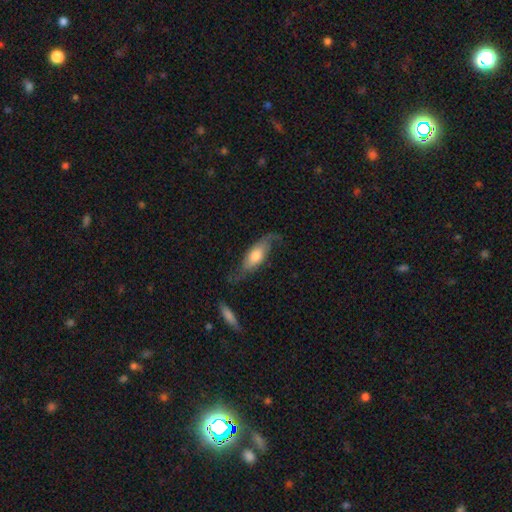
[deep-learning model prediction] Smooth or featured? Predicted: featured or disk (p=0.56). Edge-on disk? Predicted: no (p=0.77). Merging? Predicted: none (p=0.56).